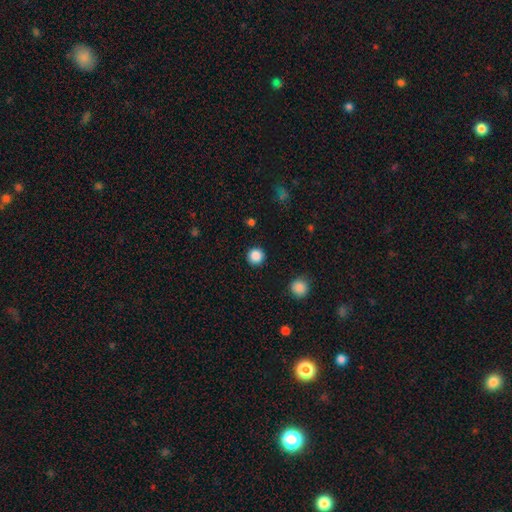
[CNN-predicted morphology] smooth-or-featured: smooth: 87% | star or artifact: 11% | featured or disk: 3%
  how-rounded: round: 96% | in between: 3% | cigar-shaped: 1%
  merging: none: 91% | minor disturbance: 5% | major disturbance: 2% | merger: 1%